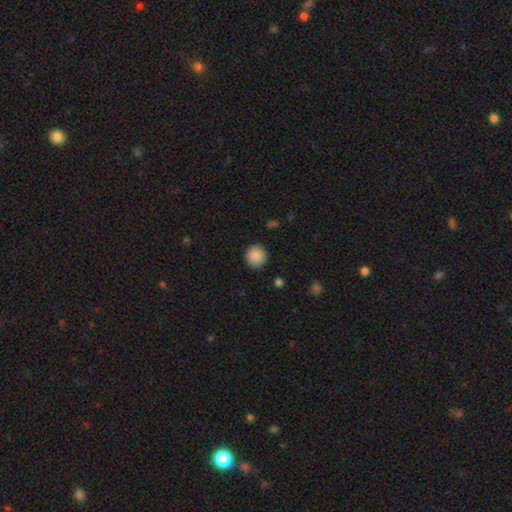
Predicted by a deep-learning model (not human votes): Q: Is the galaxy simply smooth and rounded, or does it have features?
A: smooth — 88%.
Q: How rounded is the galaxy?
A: round — 92%.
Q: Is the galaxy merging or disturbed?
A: none — 91%.